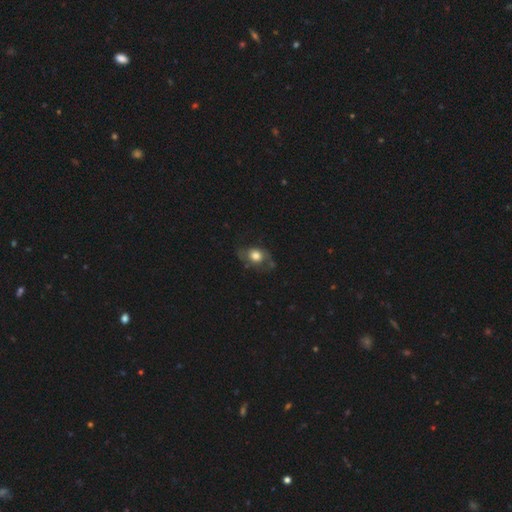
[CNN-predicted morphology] Smooth or featured? smooth (60%)
How rounded? in between (59%)
Merging? none (60%)